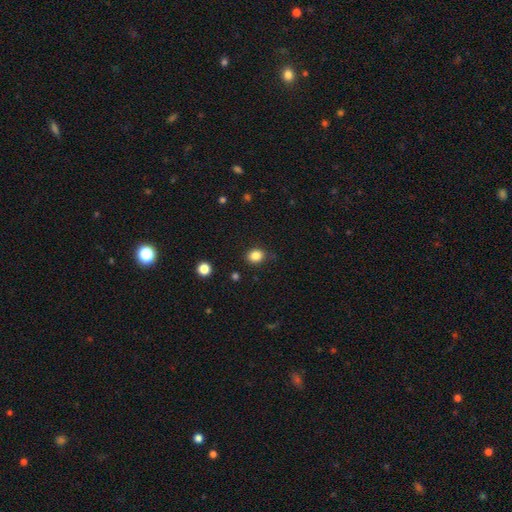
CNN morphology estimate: A smooth galaxy with no disk features (85%) that is round (59%).

Vote fractions:
- Smooth or featured? smooth: 85% / star or artifact: 11% / featured or disk: 4%
- How rounded? round: 59% / in between: 41% / cigar-shaped: 1%
- Merging? none: 85% / minor disturbance: 11% / major disturbance: 3% / merger: 2%